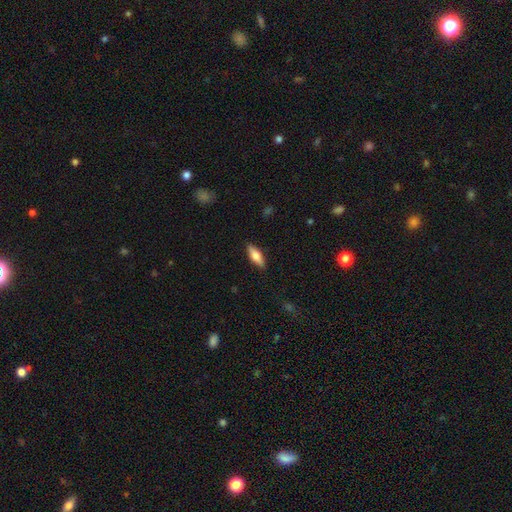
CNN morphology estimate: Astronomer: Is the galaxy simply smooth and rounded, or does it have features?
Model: smooth — 70%.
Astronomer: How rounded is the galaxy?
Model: in between — 64%.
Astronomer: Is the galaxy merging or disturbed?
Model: none — 88%.